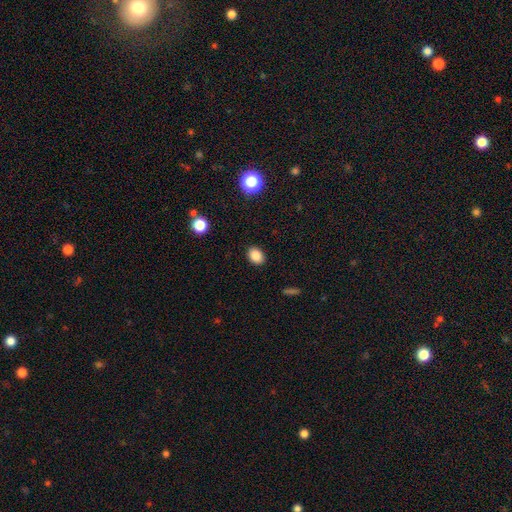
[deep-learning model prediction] Smooth or featured?
  - smooth: 86% *
  - star or artifact: 10%
  - featured or disk: 4%
How rounded?
  - in between: 68% *
  - round: 31%
  - cigar-shaped: 1%
Merging?
  - none: 89% *
  - minor disturbance: 8%
  - major disturbance: 2%
  - merger: 1%